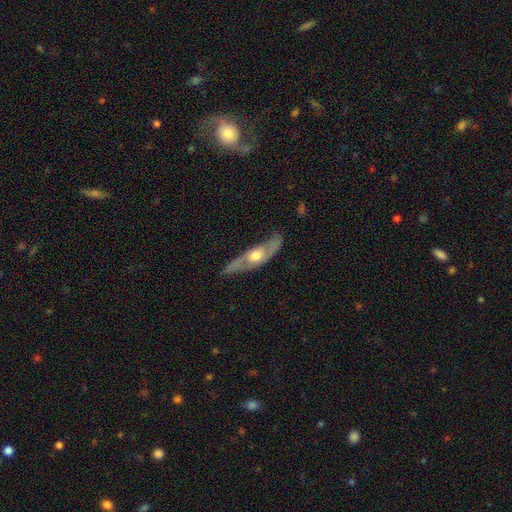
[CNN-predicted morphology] Smooth or featured? featured or disk (66%)
Edge-on disk? yes (61%)
Merging? none (72%)